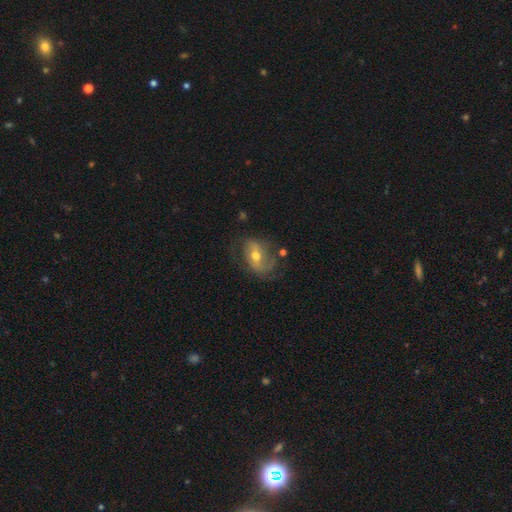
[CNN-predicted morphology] Overall: featured or disk (70%). Edge-on disk: no (95%). Bar: weak (39%; strong 30%). Spiral arms: yes (84%). Spiral arm count: 2 (70%). Spiral winding: loose (45%; medium 38%). Bulge size: moderate (67%). Merging: none (54%; minor disturbance 24%).